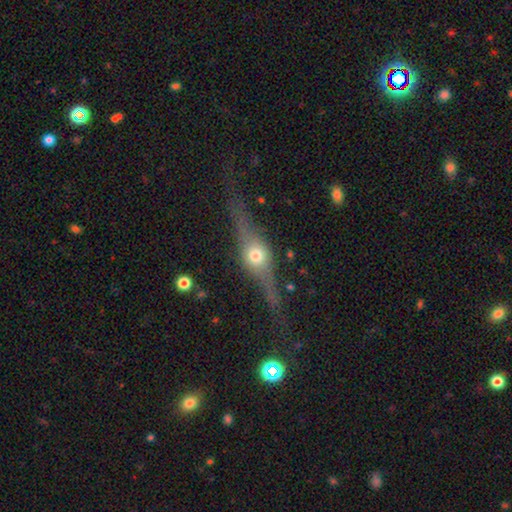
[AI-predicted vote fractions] A featured or disk galaxy (72%) viewed edge-on (90%) with a rounded central bulge (95%). Merging: none (76%).